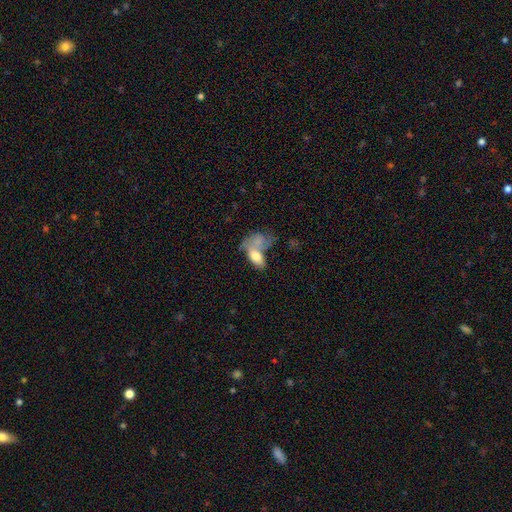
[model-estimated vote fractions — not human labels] Smooth or featured? Predicted: smooth (p=0.73). How rounded? Predicted: in between (p=0.89). Merging? Predicted: merger (p=0.46).